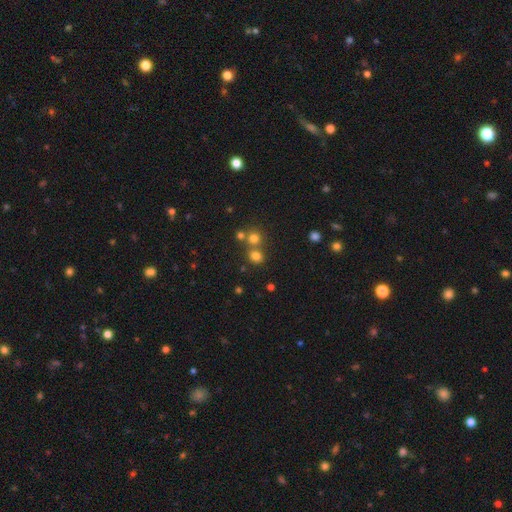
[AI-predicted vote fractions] Q: Smooth or featured?
A: smooth (74%); runner-up: star or artifact (19%)
Q: How rounded?
A: round (84%); runner-up: in between (15%)
Q: Merging?
A: none (62%); runner-up: merger (28%)